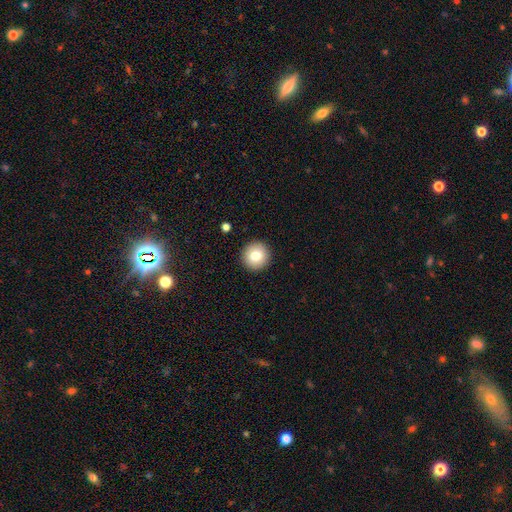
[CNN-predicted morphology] The model was most divided on "smooth or featured": smooth: 79%, featured or disk: 12%, star or artifact: 9%. More confident: how rounded — round (95%); merging — none (93%).